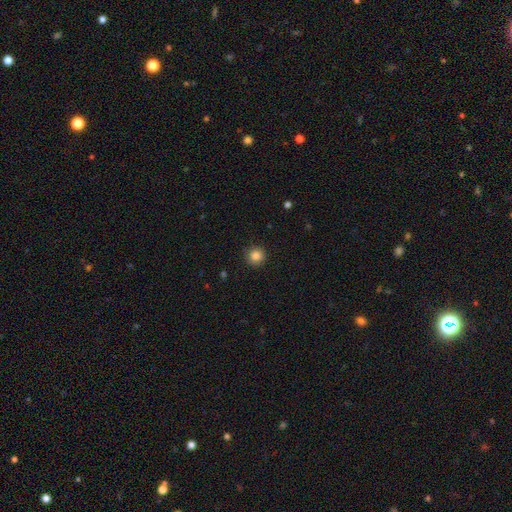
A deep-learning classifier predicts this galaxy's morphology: smooth_or_featured: smooth (p=0.85) [alt: star or artifact p=0.10]
how_rounded: round (p=0.94) [alt: in between p=0.05]
merging: none (p=0.90) [alt: minor disturbance p=0.07]